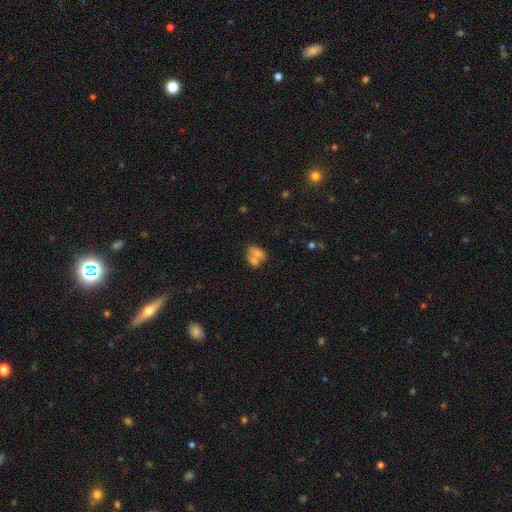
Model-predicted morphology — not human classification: The model was most divided on "merging": merger: 59%, none: 25%, minor disturbance: 10%, major disturbance: 6%. More confident: how rounded — in between (74%); smooth or featured — smooth (70%).